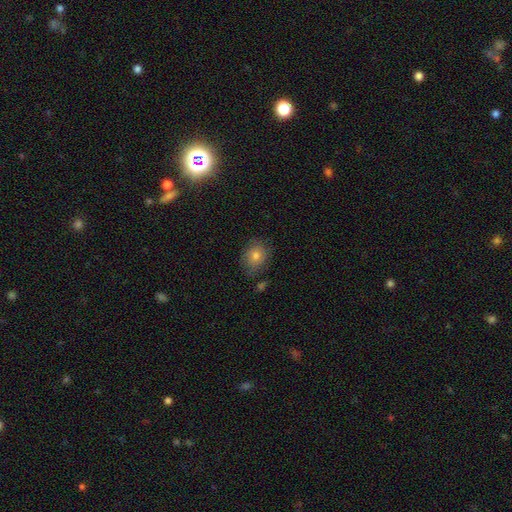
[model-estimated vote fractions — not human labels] Overall: smooth (76%). How rounded: round (62%; in between 37%). Merging: none (75%).